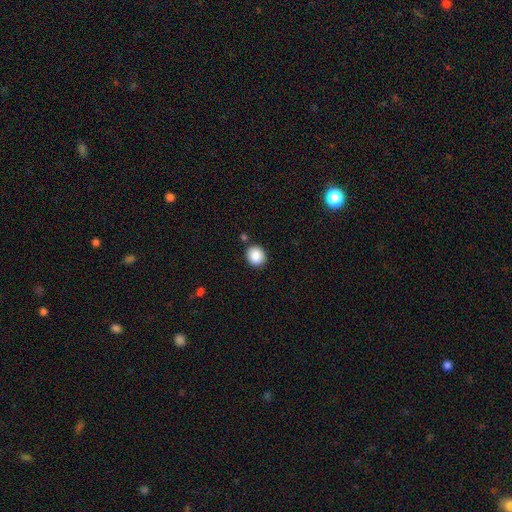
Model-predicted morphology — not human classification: Smooth or featured? Predicted: smooth (p=0.88). How rounded? Predicted: round (p=0.79). Merging? Predicted: none (p=0.85).